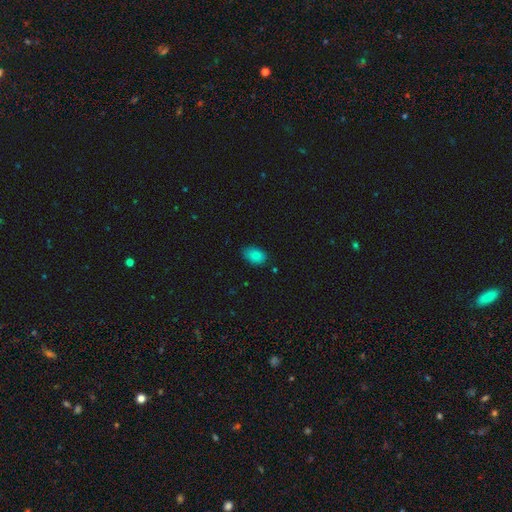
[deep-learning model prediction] This appears to be a smooth galaxy with no disk features (85%) that is in between round and cigar-shaped (86%). Merging: none (76%).